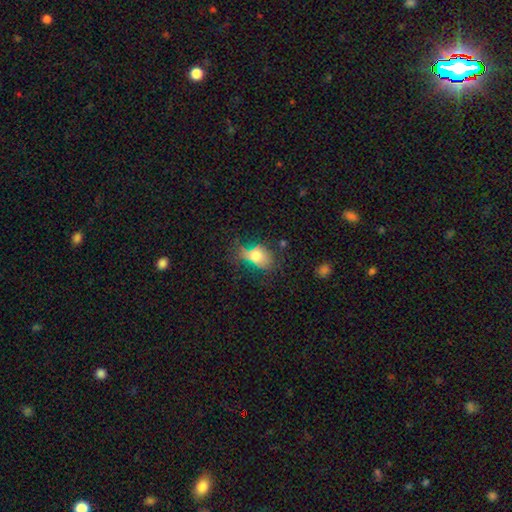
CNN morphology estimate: Smooth or featured? Predicted: smooth (p=0.74). How rounded? Predicted: in between (p=0.75). Merging? Predicted: none (p=0.49).